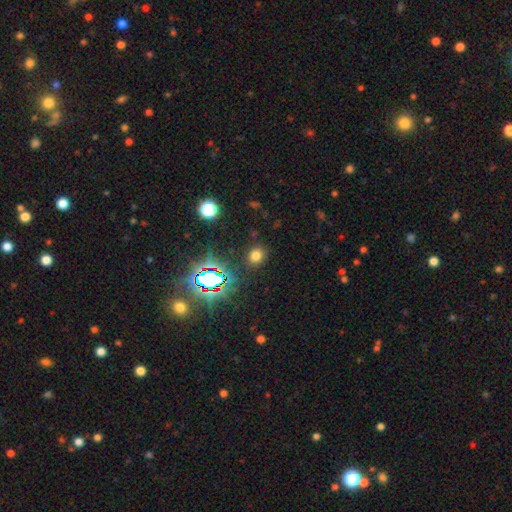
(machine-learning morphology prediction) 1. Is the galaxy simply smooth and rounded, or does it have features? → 69% smooth, 25% star or artifact, 6% featured or disk.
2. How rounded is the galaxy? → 69% round, 29% in between, 1% cigar-shaped.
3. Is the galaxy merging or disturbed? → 86% none, 8% minor disturbance, 3% major disturbance, 2% merger.